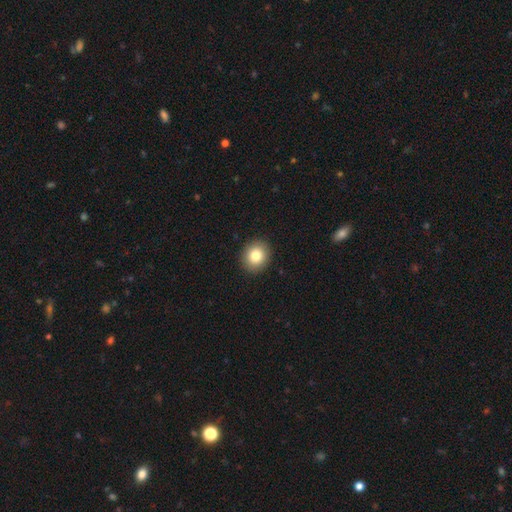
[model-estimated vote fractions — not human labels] Overall: smooth (82%). How rounded: round (75%). Merging: none (92%).